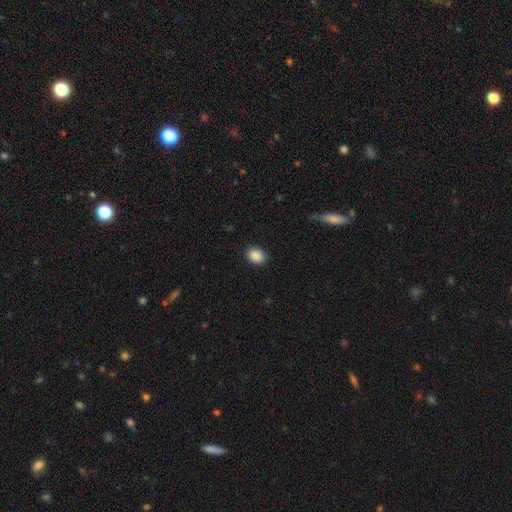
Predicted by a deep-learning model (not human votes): Q: Smooth or featured?
A: smooth (89%); runner-up: star or artifact (8%)
Q: How rounded?
A: in between (61%); runner-up: round (38%)
Q: Merging?
A: none (89%); runner-up: minor disturbance (8%)